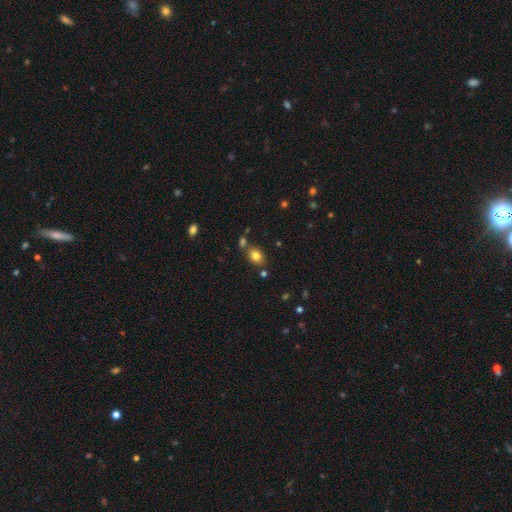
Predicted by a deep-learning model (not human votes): This appears to be a smooth galaxy with no disk features (81%) that is in between round and cigar-shaped (55%). Merging: none (72%).